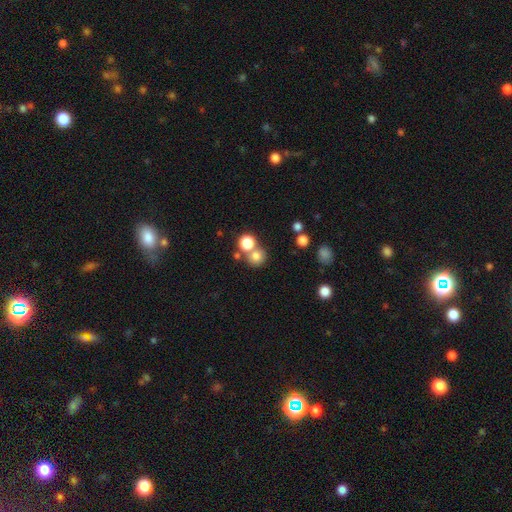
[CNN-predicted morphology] A smooth galaxy with no disk features (77%) that is round (88%).

Vote fractions:
- Smooth or featured? smooth: 77% / star or artifact: 15% / featured or disk: 9%
- How rounded? round: 88% / in between: 11% / cigar-shaped: 1%
- Merging? none: 57% / merger: 31% / minor disturbance: 8% / major disturbance: 4%